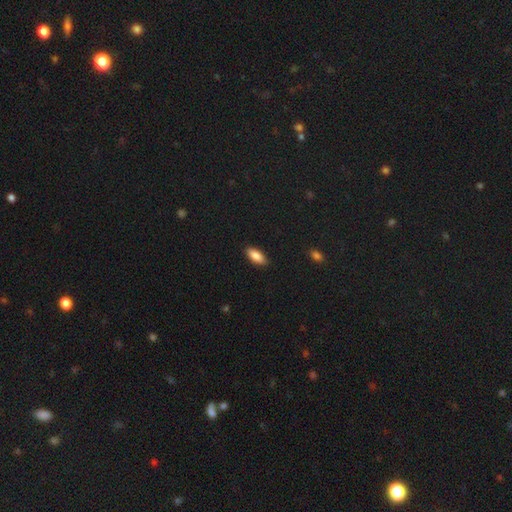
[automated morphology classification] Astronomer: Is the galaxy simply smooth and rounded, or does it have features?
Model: smooth — 87%.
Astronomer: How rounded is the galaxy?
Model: in between — 82%.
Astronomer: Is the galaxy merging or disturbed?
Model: none — 88%.